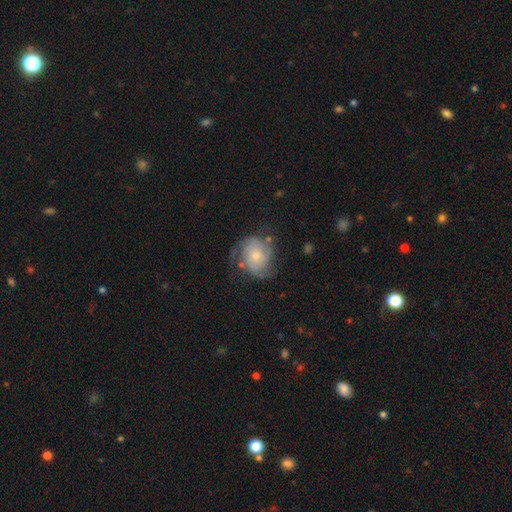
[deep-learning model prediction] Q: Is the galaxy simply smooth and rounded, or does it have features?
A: featured or disk — 68%.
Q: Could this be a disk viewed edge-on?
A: no — 98%.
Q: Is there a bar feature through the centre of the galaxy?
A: no — 76%.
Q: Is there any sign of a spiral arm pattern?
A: yes — 89%.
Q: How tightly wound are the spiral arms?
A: medium — 42%.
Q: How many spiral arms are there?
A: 2 — 52%.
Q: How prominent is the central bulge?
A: small — 54%.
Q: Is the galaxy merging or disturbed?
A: none — 56%.